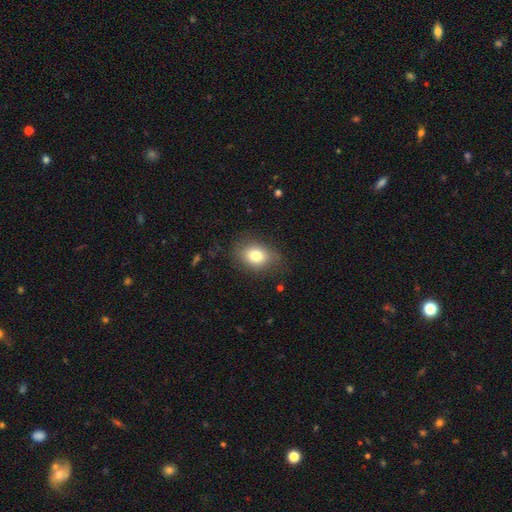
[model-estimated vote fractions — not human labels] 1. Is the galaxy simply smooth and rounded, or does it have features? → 79% smooth, 12% featured or disk, 9% star or artifact.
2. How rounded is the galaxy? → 64% in between, 35% round, 1% cigar-shaped.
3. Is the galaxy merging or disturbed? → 74% none, 18% minor disturbance, 6% major disturbance, 1% merger.